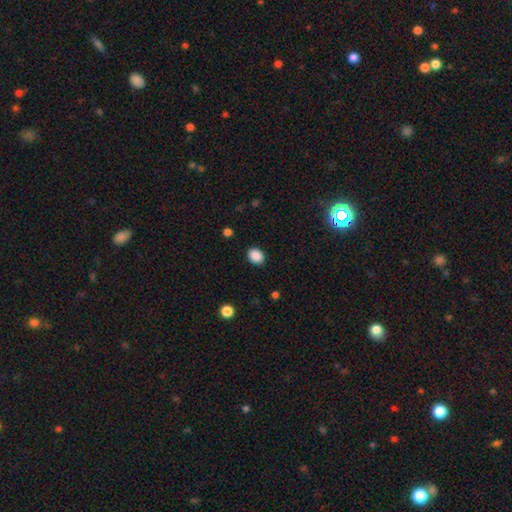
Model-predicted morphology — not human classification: This appears to be a smooth galaxy with no disk features (89%) that is in between round and cigar-shaped (56%). Merging: none (89%).